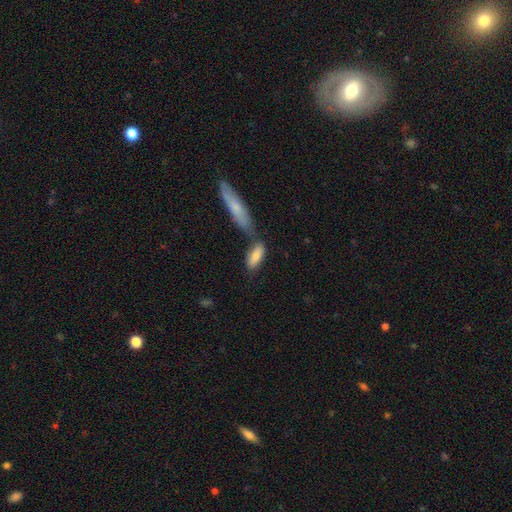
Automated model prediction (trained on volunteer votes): smooth_or_featured: smooth (p=0.78) [alt: featured or disk p=0.16]
how_rounded: in between (p=0.64) [alt: cigar-shaped p=0.34]
merging: none (p=0.51) [alt: merger p=0.29]